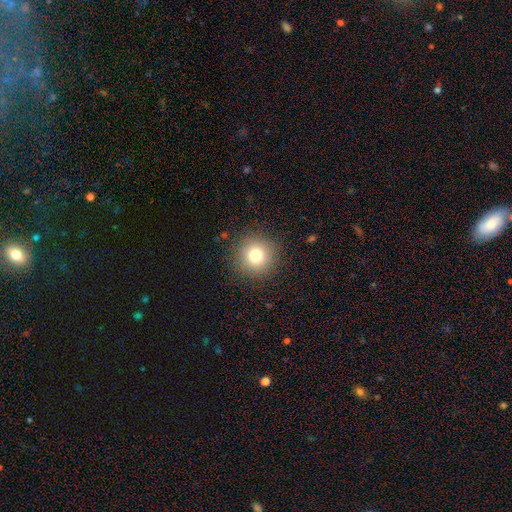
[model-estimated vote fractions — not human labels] Smooth or featured?
  - smooth: 77% *
  - star or artifact: 13%
  - featured or disk: 10%
How rounded?
  - round: 95% *
  - in between: 5%
  - cigar-shaped: 1%
Merging?
  - none: 89% *
  - minor disturbance: 7%
  - major disturbance: 3%
  - merger: 1%